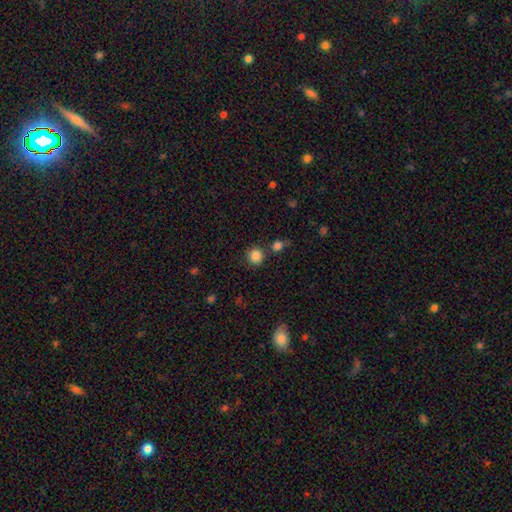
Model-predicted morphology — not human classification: smooth 85%, star or artifact 11%, featured or disk 4%. Down the decision tree: how rounded — round (93%); merging — none (81%).